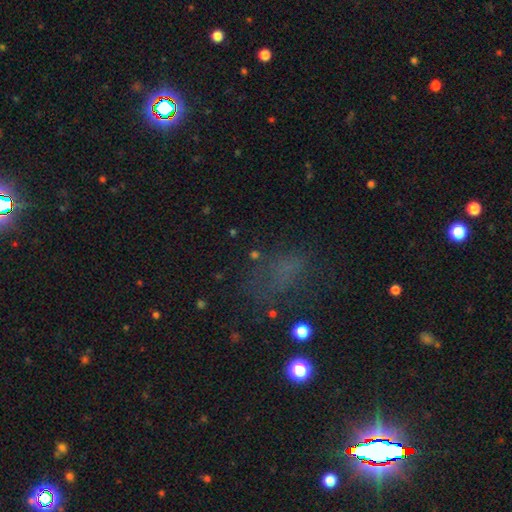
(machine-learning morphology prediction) Overall: smooth (45%; star or artifact 35%). Merging: none (48%; major disturbance 28%).